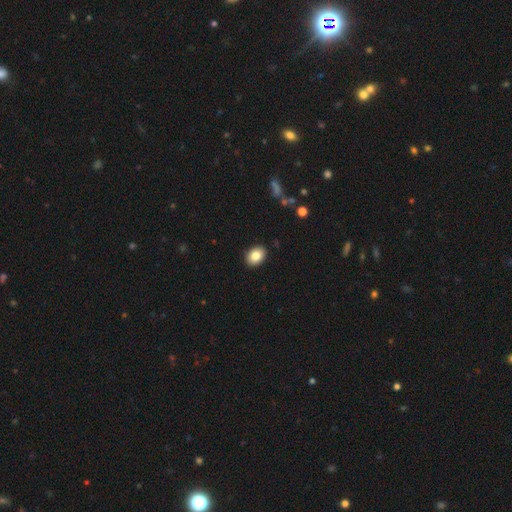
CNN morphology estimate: The model was most divided on "how rounded": in between: 67%, round: 32%, cigar-shaped: 1%. More confident: merging — none (91%); smooth or featured — smooth (85%).